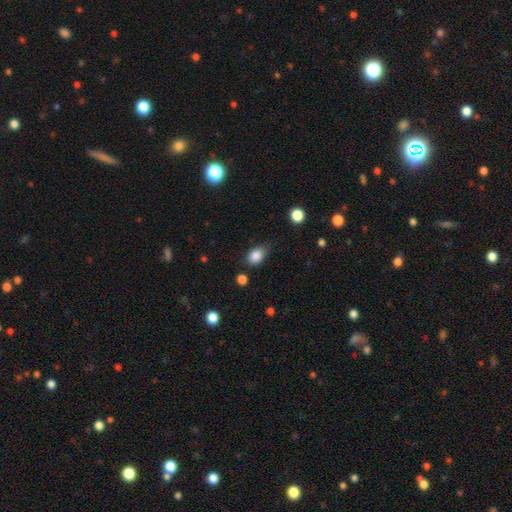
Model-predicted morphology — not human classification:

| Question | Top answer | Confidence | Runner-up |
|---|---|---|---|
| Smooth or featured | smooth | 86% | star or artifact (9%) |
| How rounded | in between | 81% | round (17%) |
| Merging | none | 69% | minor disturbance (24%) |